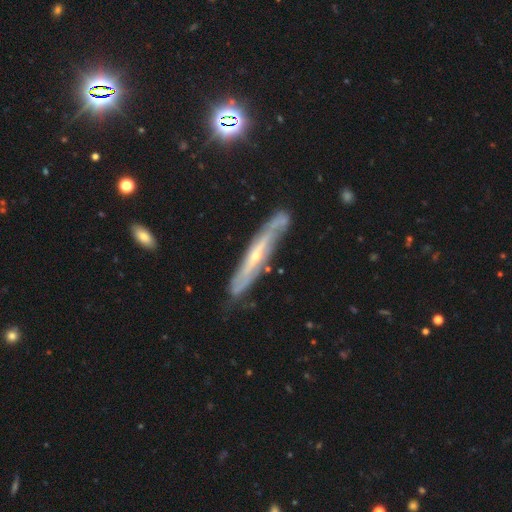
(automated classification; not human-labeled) This appears to be a featured or disk galaxy (76%) viewed edge-on (62%). Merging: none (72%).